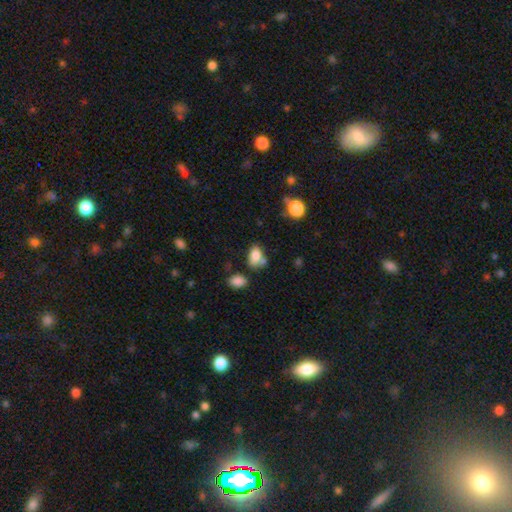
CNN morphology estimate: Smooth or featured: smooth — 81% (star or artifact — 10%)
How rounded: in between — 84% (round — 14%)
Merging: none — 48% (merger — 24%)